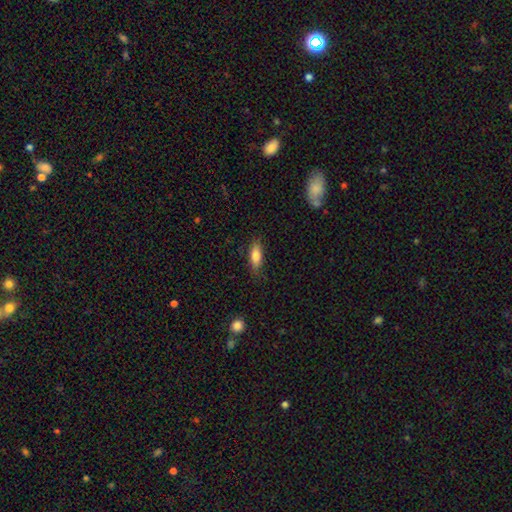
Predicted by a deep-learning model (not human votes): Smooth or featured? Predicted: smooth (p=0.81). How rounded? Predicted: in between (p=0.67). Merging? Predicted: none (p=0.81).